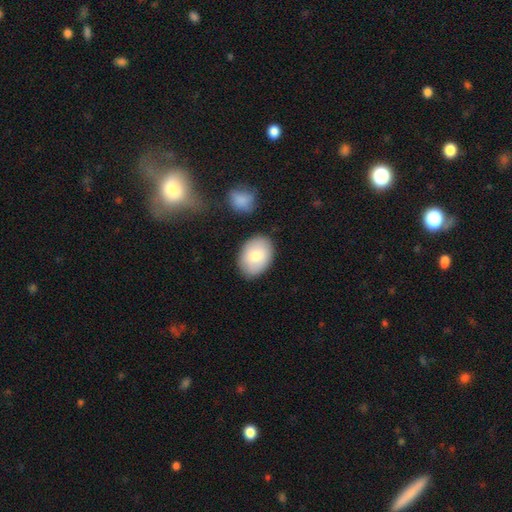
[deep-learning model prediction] Smooth or featured: smooth — 78% (featured or disk — 16%)
How rounded: in between — 82% (round — 17%)
Merging: none — 83% (minor disturbance — 11%)